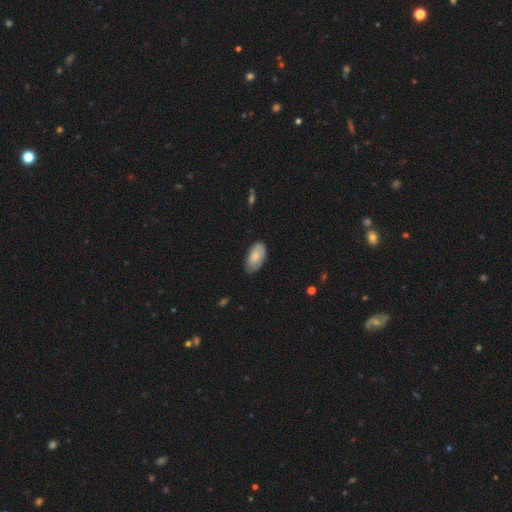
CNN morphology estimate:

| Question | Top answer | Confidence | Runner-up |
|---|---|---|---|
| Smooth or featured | smooth | 79% | featured or disk (15%) |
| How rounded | in between | 94% | cigar-shaped (3%) |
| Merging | none | 76% | minor disturbance (20%) |